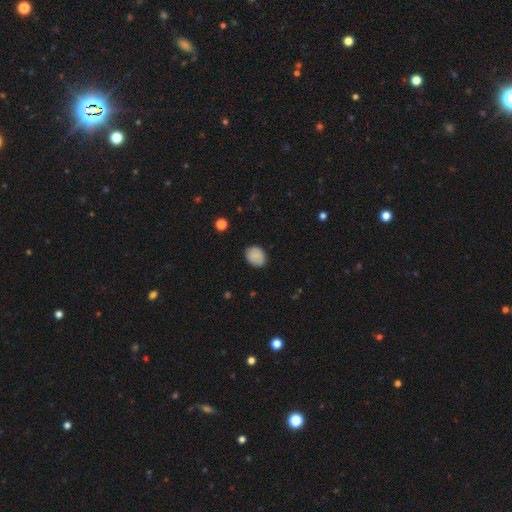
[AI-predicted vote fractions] A smooth galaxy with no disk features (86%) that is in between round and cigar-shaped (52%). Merging: none (84%).